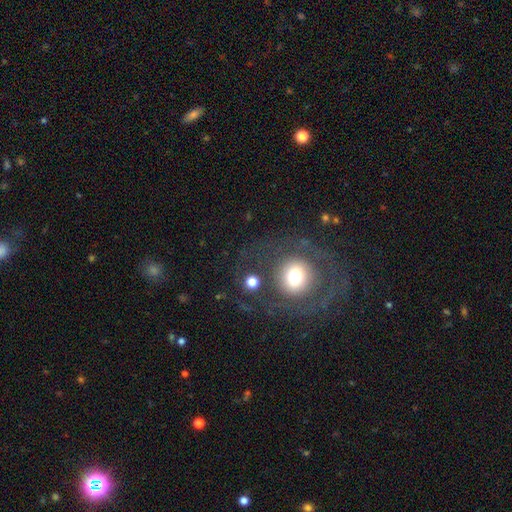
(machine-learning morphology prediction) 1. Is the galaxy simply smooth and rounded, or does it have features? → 42% smooth, 40% featured or disk, 19% star or artifact.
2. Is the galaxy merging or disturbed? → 76% none, 12% minor disturbance, 9% major disturbance, 3% merger.